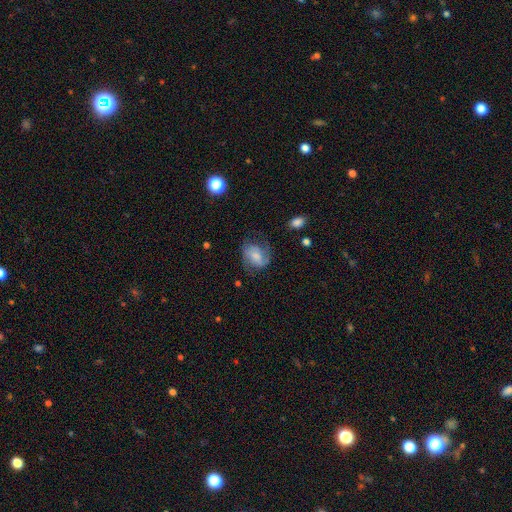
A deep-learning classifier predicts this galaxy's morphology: This is possibly a smooth galaxy (47%). Merging: possibly none (55%).